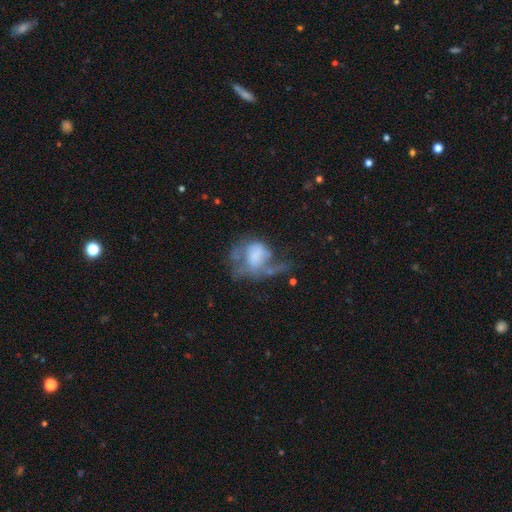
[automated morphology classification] Q: Smooth or featured?
A: featured or disk (47%); runner-up: smooth (44%)
Q: Merging?
A: major disturbance (57%); runner-up: none (18%)